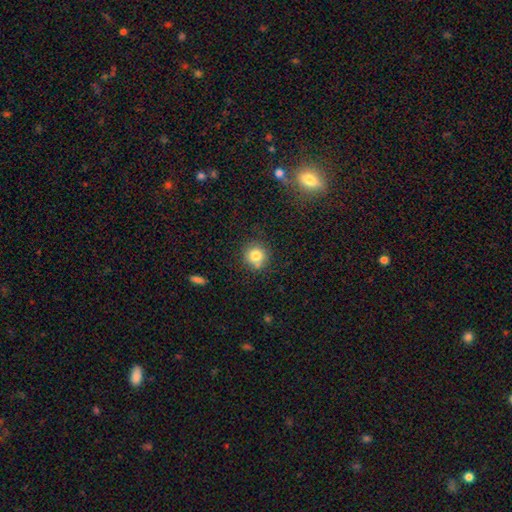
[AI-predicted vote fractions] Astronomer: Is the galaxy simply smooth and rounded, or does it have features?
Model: smooth — 80%.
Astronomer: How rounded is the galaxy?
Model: round — 91%.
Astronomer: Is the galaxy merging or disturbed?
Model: none — 76%.